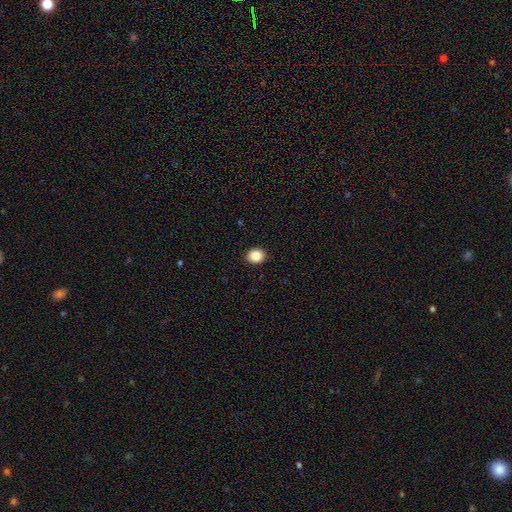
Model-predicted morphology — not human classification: type=smooth (87%); roundness=round (61%); merging=none (92%).